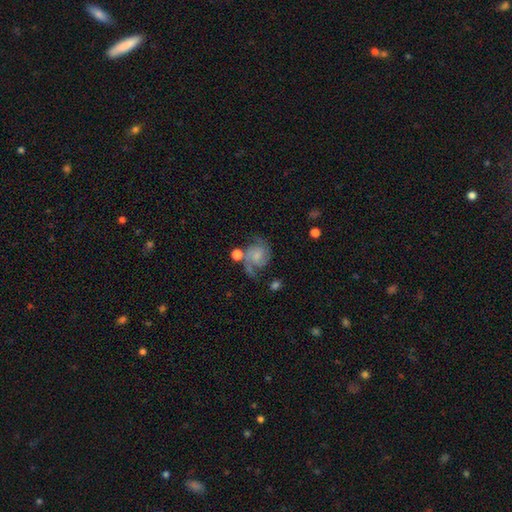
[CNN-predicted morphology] Smooth or featured: featured or disk — 76% (smooth — 16%)
Edge-on disk: no — 98% (yes — 2%)
Bar: no — 66% (weak — 29%)
Spiral arms: yes — 95% (no — 5%)
Spiral winding: medium — 48% (tight — 29%)
Spiral arm count: 2 — 77% (can't tell — 8%)
Bulge size: small — 38% (none — 32%)
Merging: none — 52% (minor disturbance — 20%)